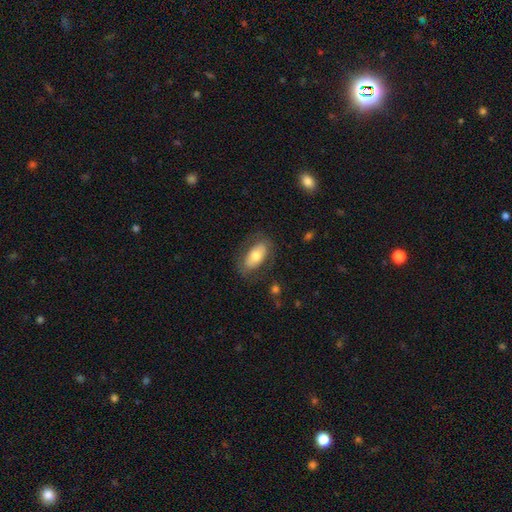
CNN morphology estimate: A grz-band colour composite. It shows a smooth galaxy with no disk features (64%) that is in between round and cigar-shaped (91%). Merging: none (75%).